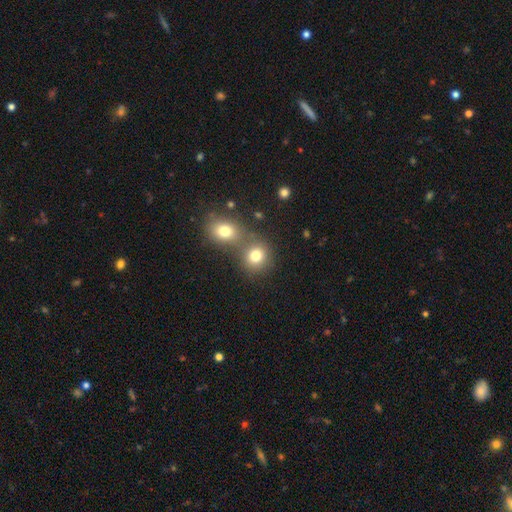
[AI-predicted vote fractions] Smooth or featured? smooth (78%)
How rounded? round (80%)
Merging? none (49%)